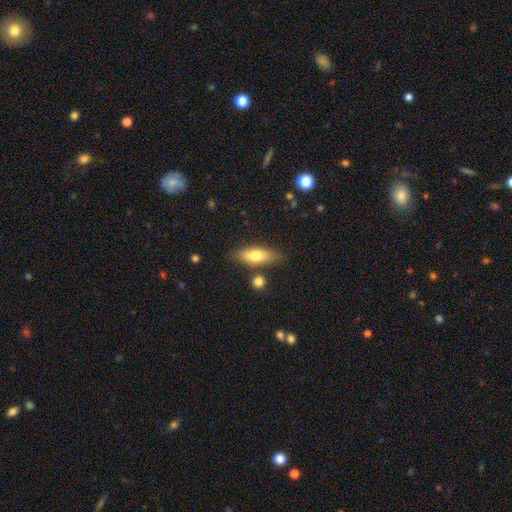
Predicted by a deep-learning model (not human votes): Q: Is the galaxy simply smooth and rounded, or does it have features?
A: smooth — 72%.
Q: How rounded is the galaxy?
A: in between — 66%.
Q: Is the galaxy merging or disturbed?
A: none — 78%.